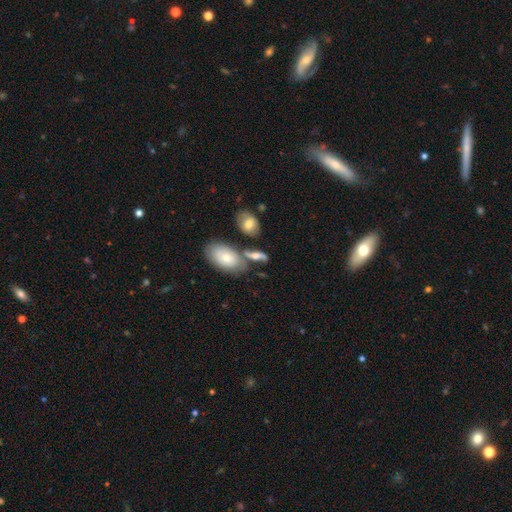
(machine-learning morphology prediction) This is possibly a smooth galaxy (58%). How rounded: clearly in between (81%). Merging: possibly none (49%).